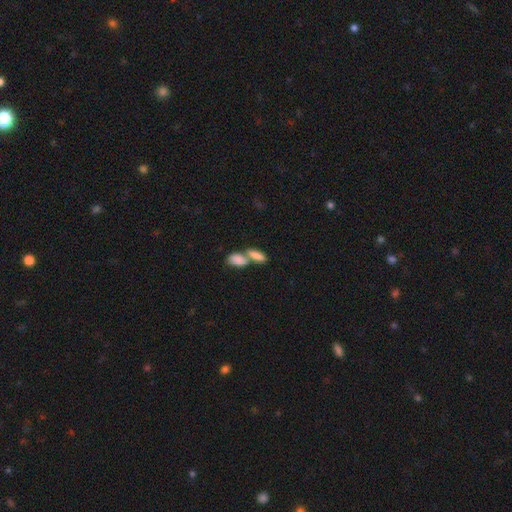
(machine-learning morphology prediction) Q: Smooth or featured?
A: smooth (83%); runner-up: featured or disk (11%)
Q: How rounded?
A: in between (85%); runner-up: cigar-shaped (11%)
Q: Merging?
A: merger (64%); runner-up: none (25%)